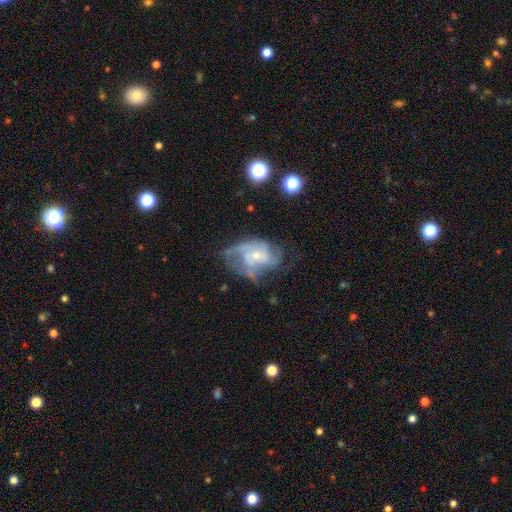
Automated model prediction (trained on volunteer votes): smooth-or-featured: featured or disk: 74% | smooth: 17% | star or artifact: 9%
  disk-edge-on: no: 97% | yes: 3%
    bar: no: 62% | weak: 33% | strong: 6%
    has-spiral-arms: yes: 79% | no: 21%
      spiral-winding: medium: 45% | tight: 30% | loose: 25%
      spiral-arm-count: can't tell: 34% | 3: 27% | 2: 18% | 4: 11% | 1: 5% | more than 4: 4%
    bulge-size: small: 57% | moderate: 33% | none: 7% | large: 2% | dominant: 1%
  merging: none: 42% | major disturbance: 29% | minor disturbance: 25% | merger: 4%